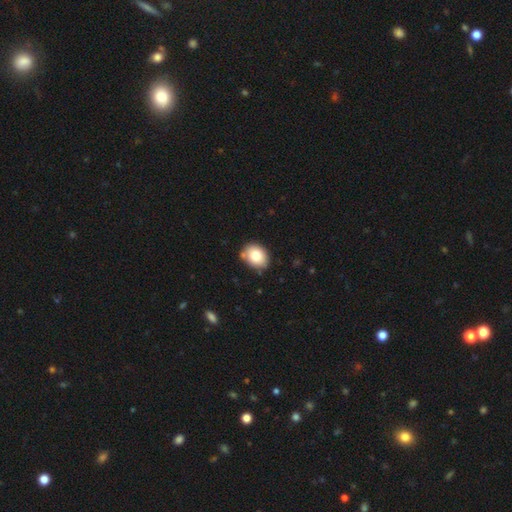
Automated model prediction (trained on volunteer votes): smooth 79%, featured or disk 12%, star or artifact 9%. Down the decision tree: how rounded — round (51%); merging — none (79%).